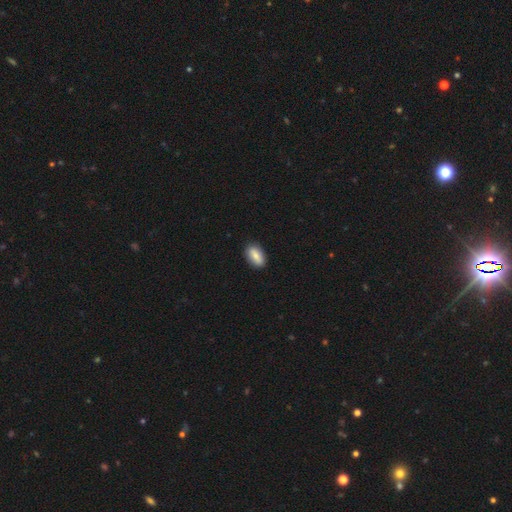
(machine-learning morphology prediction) smooth_or_featured: smooth (p=0.77) [alt: featured or disk p=0.16]
how_rounded: in between (p=0.90) [alt: round p=0.06]
merging: none (p=0.88) [alt: minor disturbance p=0.09]